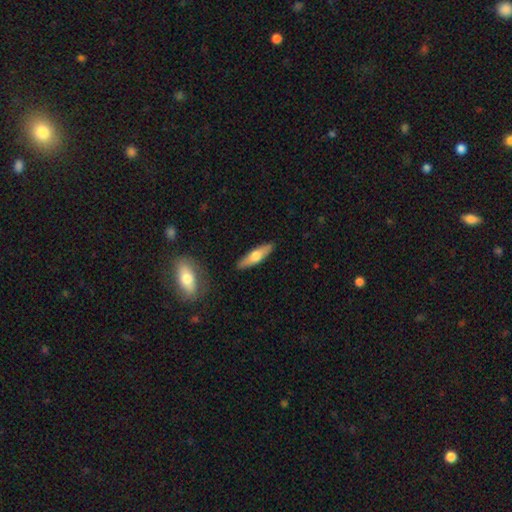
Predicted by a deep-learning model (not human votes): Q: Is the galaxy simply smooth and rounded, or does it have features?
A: smooth — 55%.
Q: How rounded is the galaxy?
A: cigar-shaped — 66%.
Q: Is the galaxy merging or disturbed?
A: none — 88%.